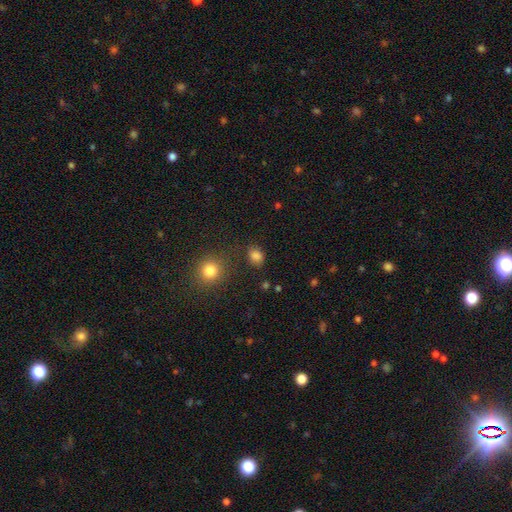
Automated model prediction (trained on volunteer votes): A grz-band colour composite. It shows a smooth galaxy with no disk features (82%) that is in between round and cigar-shaped (57%). Merging: none (74%).